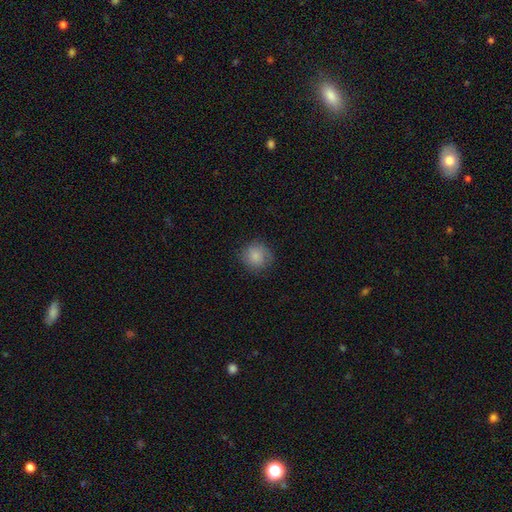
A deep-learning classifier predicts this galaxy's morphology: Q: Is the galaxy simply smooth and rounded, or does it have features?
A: smooth — 85%.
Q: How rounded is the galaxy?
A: round — 90%.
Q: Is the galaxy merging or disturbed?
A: none — 80%.